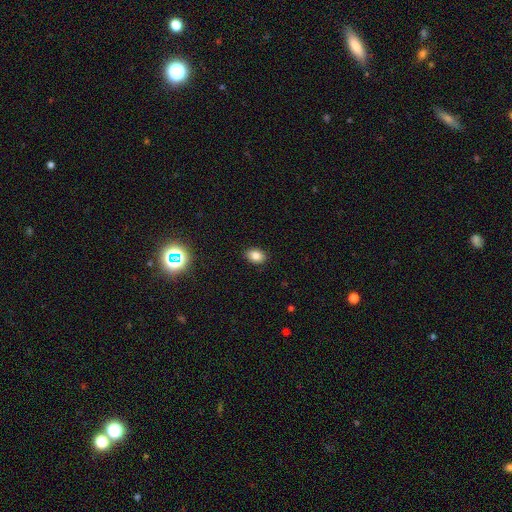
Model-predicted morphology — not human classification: Q: Smooth or featured?
A: smooth (84%); runner-up: star or artifact (11%)
Q: How rounded?
A: in between (78%); runner-up: round (21%)
Q: Merging?
A: none (89%); runner-up: minor disturbance (8%)